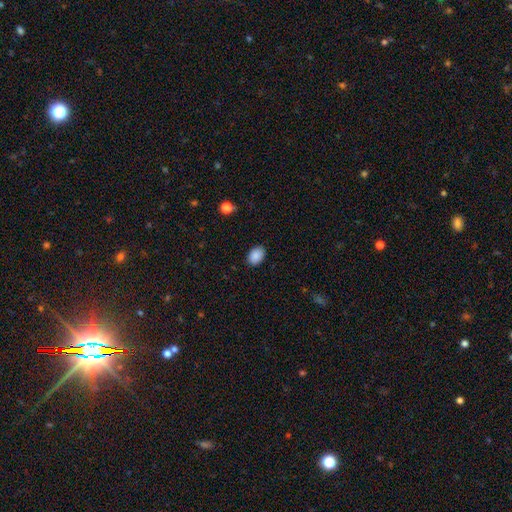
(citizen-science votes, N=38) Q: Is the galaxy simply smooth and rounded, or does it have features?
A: smooth — 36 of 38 (95%).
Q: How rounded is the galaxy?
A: in between — 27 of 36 (75%).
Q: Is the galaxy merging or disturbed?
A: none — 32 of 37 (86%).